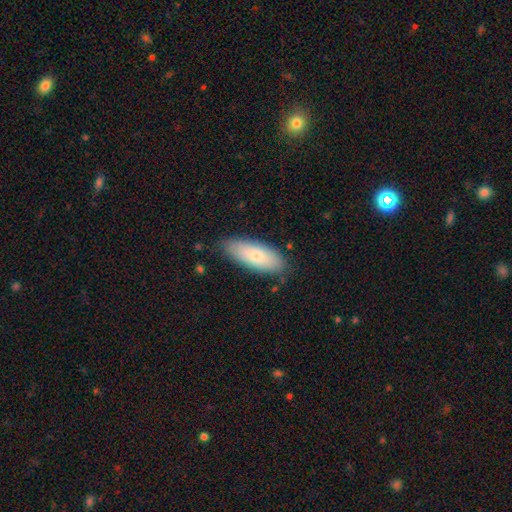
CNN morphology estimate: Smooth or featured?
  - smooth: 78% *
  - featured or disk: 16%
  - star or artifact: 6%
How rounded?
  - in between: 74% *
  - cigar-shaped: 24%
  - round: 2%
Merging?
  - none: 80% *
  - minor disturbance: 16%
  - major disturbance: 3%
  - merger: 1%